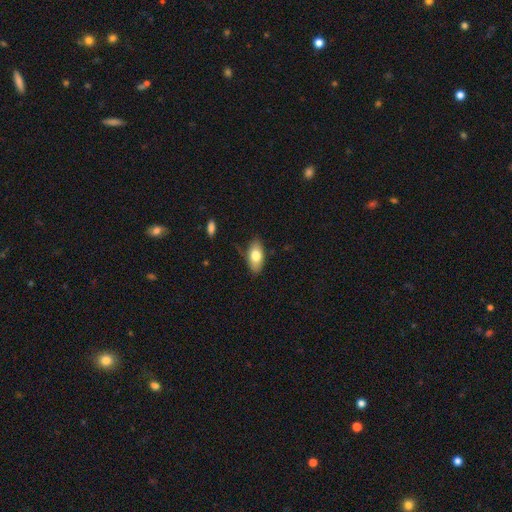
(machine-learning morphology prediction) A smooth galaxy with no disk features (75%) that is in between round and cigar-shaped (90%). Merging: none (78%).